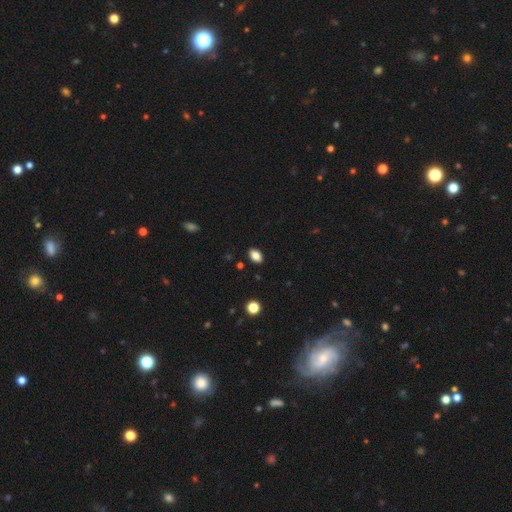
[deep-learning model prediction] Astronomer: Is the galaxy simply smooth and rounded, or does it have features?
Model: smooth — 85%.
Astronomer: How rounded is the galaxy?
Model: in between — 86%.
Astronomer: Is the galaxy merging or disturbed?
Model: none — 88%.